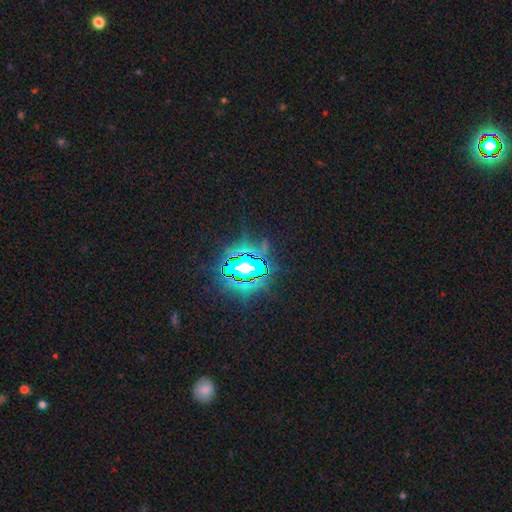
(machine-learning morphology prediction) This appears to be a star or artifact, not a galaxy (83%).